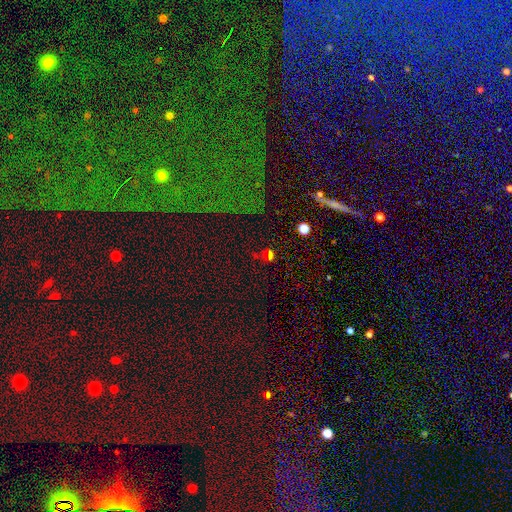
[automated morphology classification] Overall: star or artifact (58%; smooth 31%).